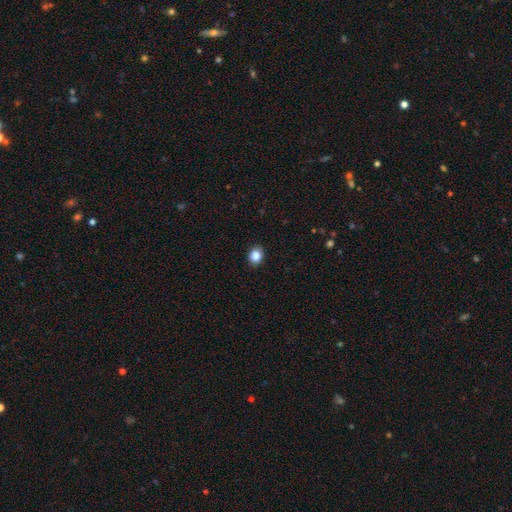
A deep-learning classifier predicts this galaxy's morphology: smooth_or_featured: smooth (p=0.86) [alt: star or artifact p=0.10]
how_rounded: round (p=0.63) [alt: in between p=0.36]
merging: none (p=0.90) [alt: minor disturbance p=0.07]